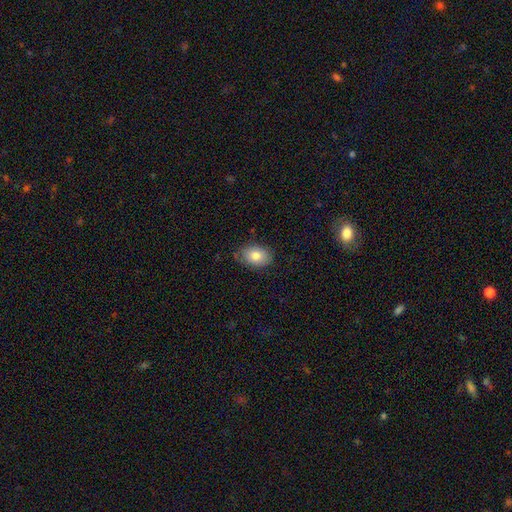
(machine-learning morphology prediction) Q: Smooth or featured?
A: smooth (80%); runner-up: featured or disk (12%)
Q: How rounded?
A: in between (81%); runner-up: round (18%)
Q: Merging?
A: none (78%); runner-up: minor disturbance (17%)